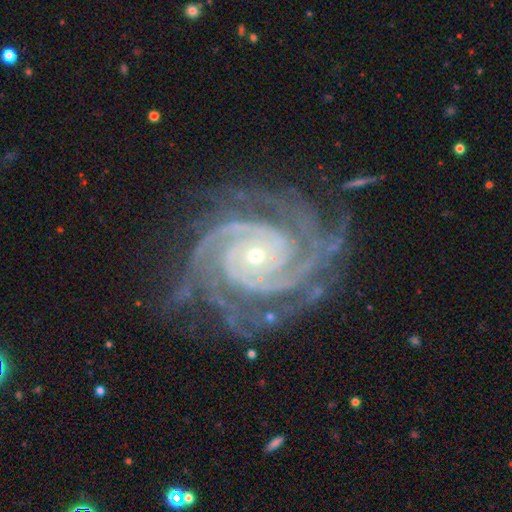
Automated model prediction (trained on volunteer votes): smooth-or-featured: featured or disk: 93% | star or artifact: 5% | smooth: 2%
  disk-edge-on: no: 98% | yes: 2%
    bar: no: 72% | weak: 17% | strong: 11%
    has-spiral-arms: yes: 99% | no: 1%
      spiral-winding: tight: 78% | medium: 19% | loose: 2%
      spiral-arm-count: 3: 26% | 2: 22% | 4: 22% | more than 4: 11% | can't tell: 11% | 1: 8%
    bulge-size: small: 69% | moderate: 28% | large: 1% | none: 1% | dominant: 1%
  merging: none: 73% | minor disturbance: 18% | major disturbance: 8% | merger: 2%